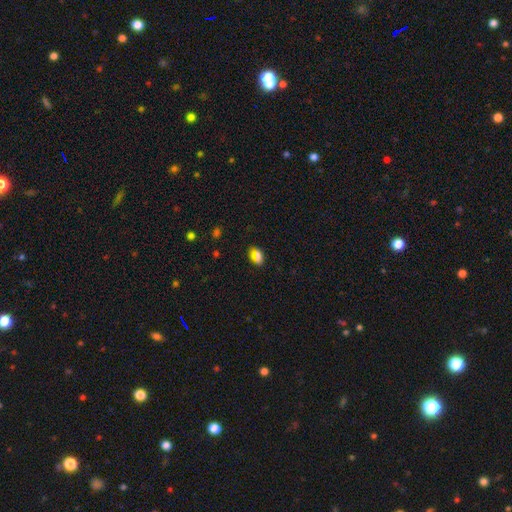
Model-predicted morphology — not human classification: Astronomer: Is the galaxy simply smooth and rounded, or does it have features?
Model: smooth — 78%.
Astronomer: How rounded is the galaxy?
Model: in between — 85%.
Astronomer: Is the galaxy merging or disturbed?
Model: none — 79%.